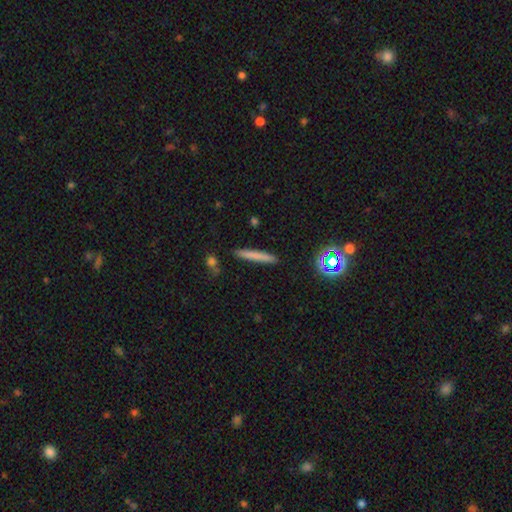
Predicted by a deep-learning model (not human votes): Smooth or featured? smooth (72%)
How rounded? cigar-shaped (95%)
Merging? none (89%)